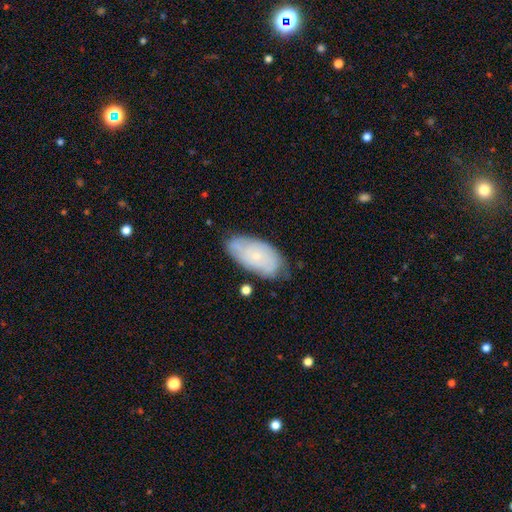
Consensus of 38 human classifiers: smooth_or_featured: featured or disk (p=0.50) [alt: smooth p=0.47]
disk_edge_on: no (p=0.89) [alt: yes p=0.11]
bar: no (p=0.88) [alt: strong p=0.06]
has_spiral_arms: yes (p=0.53) [alt: no p=0.47]
spiral_winding: tight (p=0.67) [alt: medium p=0.33]
spiral_arm_count: can't tell (p=0.78) [alt: 2 p=0.22]
bulge_size: small (p=0.59) [alt: moderate p=0.41]
merging: none (p=0.76) [alt: minor disturbance p=0.22]